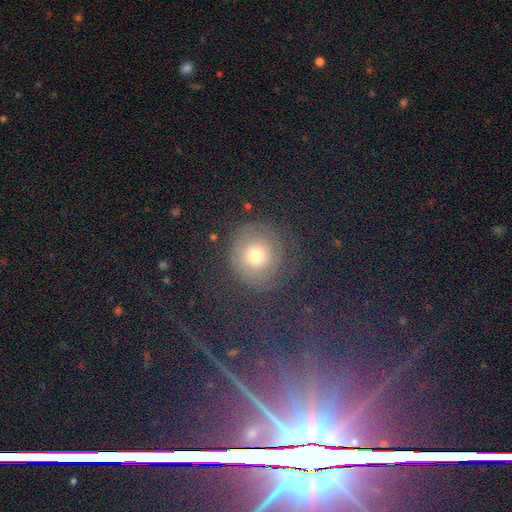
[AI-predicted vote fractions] Smooth or featured? Predicted: smooth (p=0.53). How rounded? Predicted: round (p=0.90). Merging? Predicted: none (p=0.71).